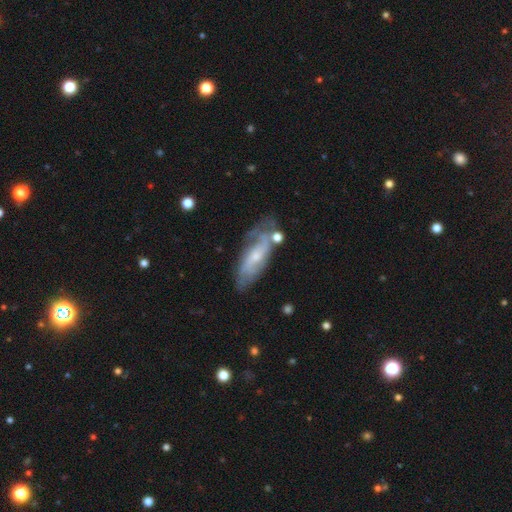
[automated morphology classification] Smooth or featured? Predicted: featured or disk (p=0.65). Edge-on disk? Predicted: no (p=0.82). Bar? Predicted: no (p=0.57). Spiral arms? Predicted: yes (p=0.80). Bulge size? Predicted: small (p=0.59). Merging? Predicted: none (p=0.56).